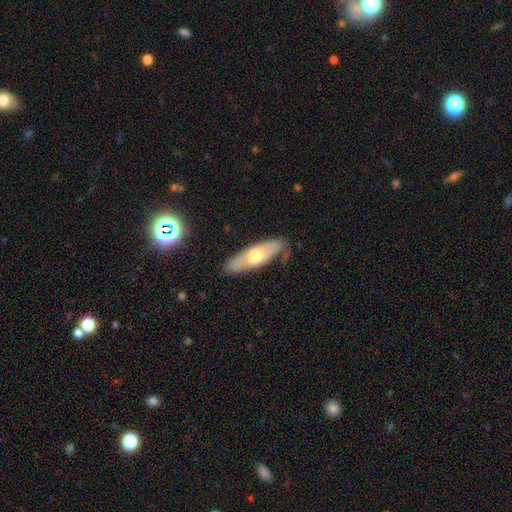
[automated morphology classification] Smooth or featured? Predicted: smooth (p=0.53). How rounded? Predicted: in between (p=0.55). Merging? Predicted: none (p=0.75).